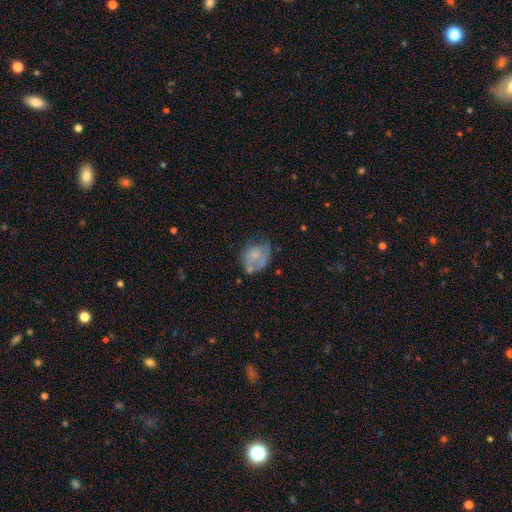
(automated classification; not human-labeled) Smooth or featured? smooth (56%)
How rounded? in between (53%)
Merging? none (36%)